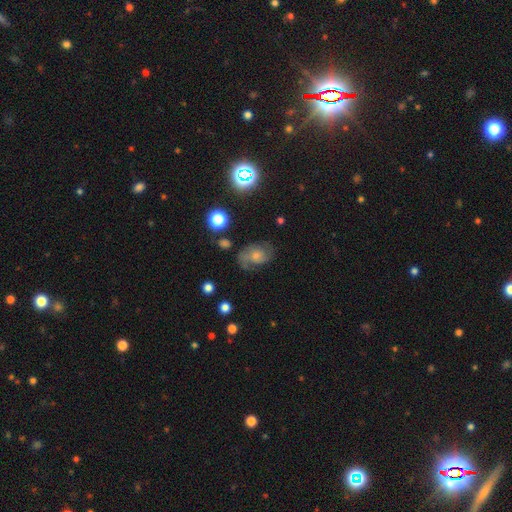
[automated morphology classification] The model was most divided on "smooth or featured": featured or disk: 47%, smooth: 40%, star or artifact: 13%. Remaining: merging — none (50%).